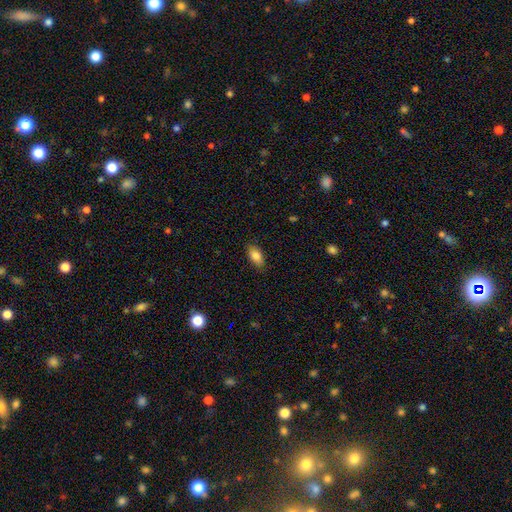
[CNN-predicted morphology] Q: Smooth or featured?
A: smooth (85%); runner-up: featured or disk (8%)
Q: How rounded?
A: in between (90%); runner-up: cigar-shaped (5%)
Q: Merging?
A: none (85%); runner-up: minor disturbance (12%)